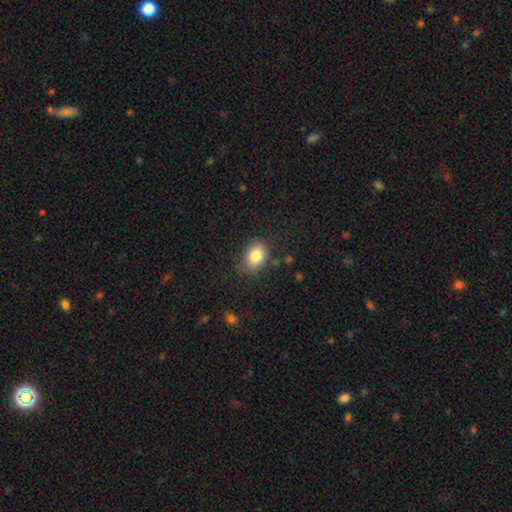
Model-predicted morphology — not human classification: Overall: smooth (81%). How rounded: in between (69%; round 30%). Merging: none (75%).